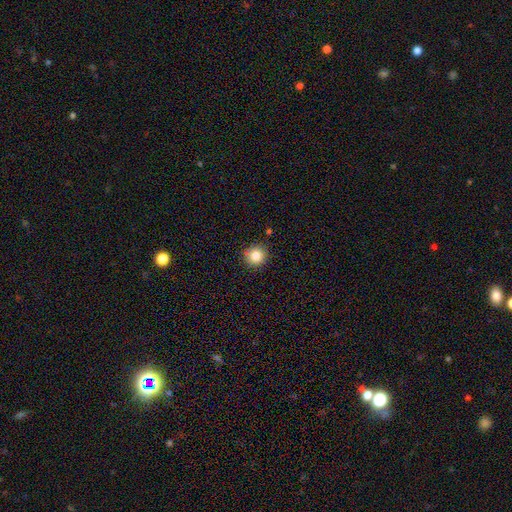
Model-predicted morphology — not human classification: This is clearly a smooth galaxy (84%). How rounded: clearly round (94%). Merging: clearly none (89%).